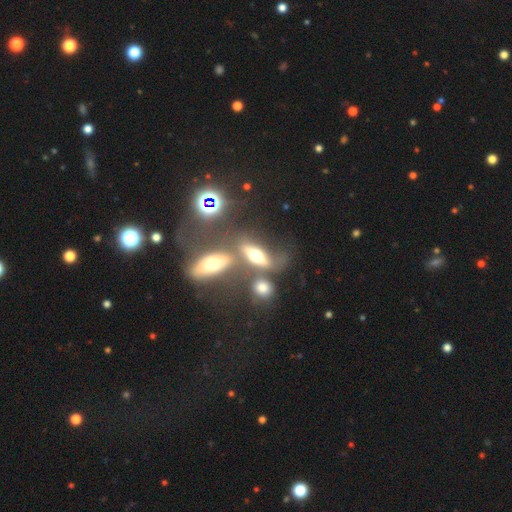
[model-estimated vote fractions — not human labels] smooth 47%, featured or disk 40%, star or artifact 13%. Down the decision tree: merging — none (37%).